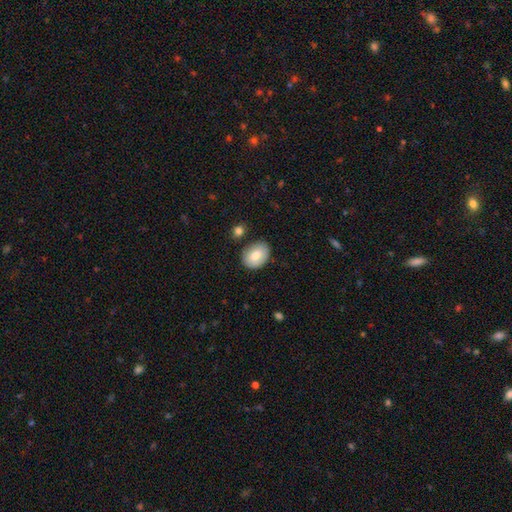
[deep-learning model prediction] Morphology: type=smooth (80%); roundness=in between (71%); merging=none (77%).